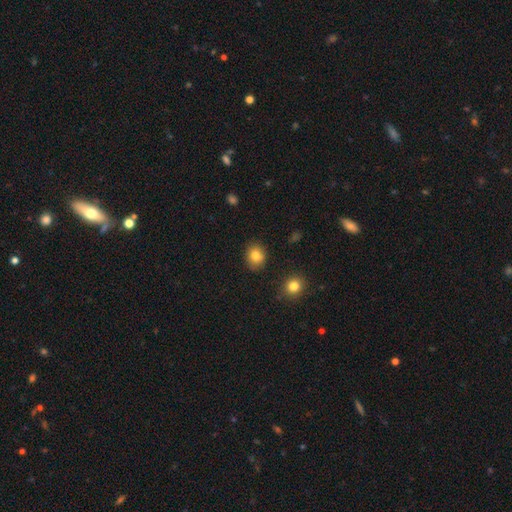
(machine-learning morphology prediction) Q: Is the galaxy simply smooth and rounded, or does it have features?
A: smooth — 82%.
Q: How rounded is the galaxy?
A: round — 66%.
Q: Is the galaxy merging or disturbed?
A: none — 87%.